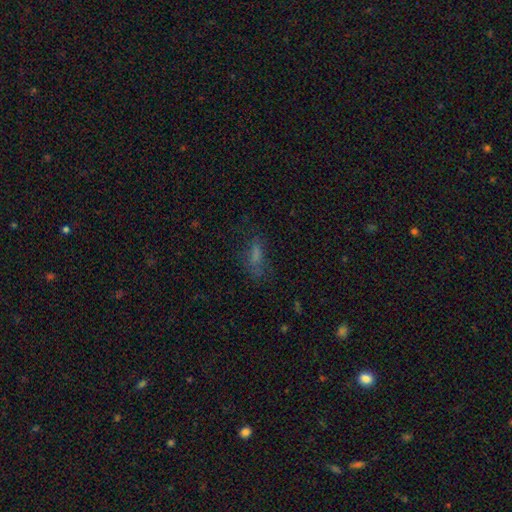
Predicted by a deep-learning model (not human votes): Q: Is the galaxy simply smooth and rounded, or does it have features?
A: smooth — 59%.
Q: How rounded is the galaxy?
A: in between — 61%.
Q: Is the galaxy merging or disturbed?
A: none — 56%.